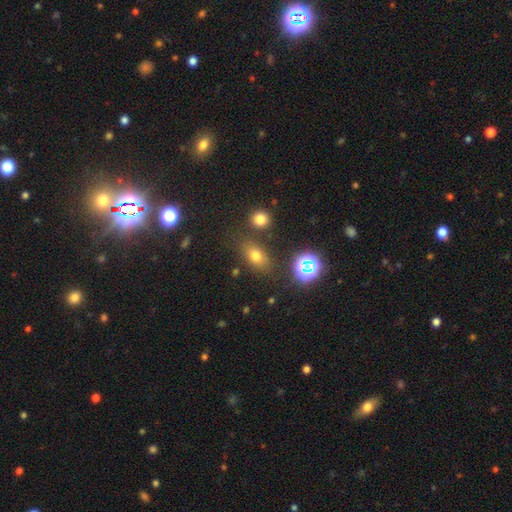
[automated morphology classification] smooth_or_featured: smooth (p=0.65) [alt: star or artifact p=0.22]
how_rounded: in between (p=0.72) [alt: round p=0.23]
merging: none (p=0.77) [alt: minor disturbance p=0.12]